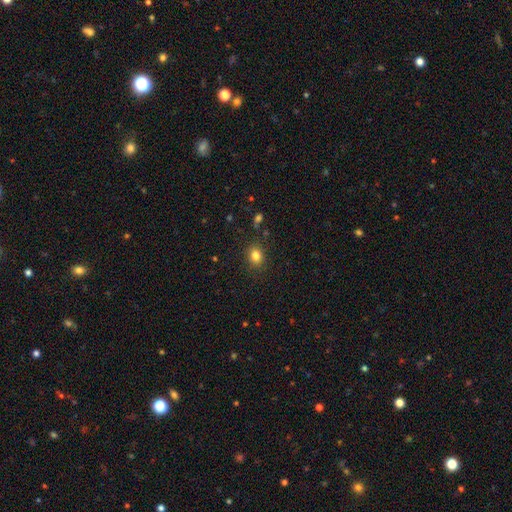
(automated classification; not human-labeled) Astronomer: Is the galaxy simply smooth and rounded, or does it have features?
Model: smooth — 82%.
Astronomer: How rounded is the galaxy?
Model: round — 54% (runner-up: in between, 45%).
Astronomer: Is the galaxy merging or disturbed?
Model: none — 86%.